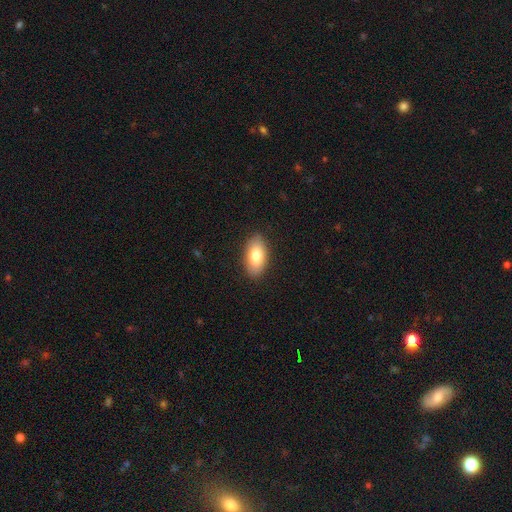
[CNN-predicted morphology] This appears to be a smooth galaxy with no disk features (80%) that is in between round and cigar-shaped (93%). Merging: none (88%).